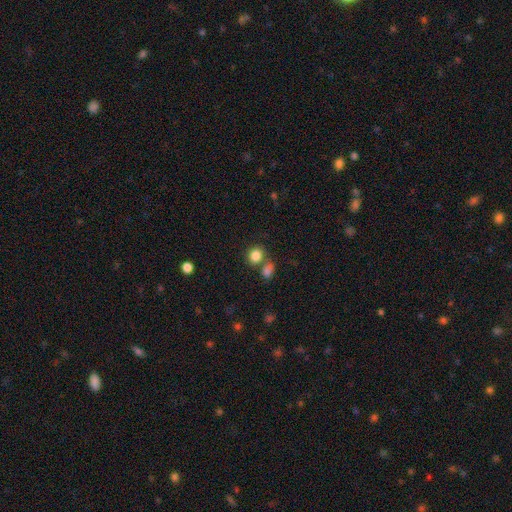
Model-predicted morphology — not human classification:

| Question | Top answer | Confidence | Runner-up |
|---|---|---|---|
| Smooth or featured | smooth | 84% | star or artifact (10%) |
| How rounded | round | 72% | in between (27%) |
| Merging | none | 59% | merger (27%) |